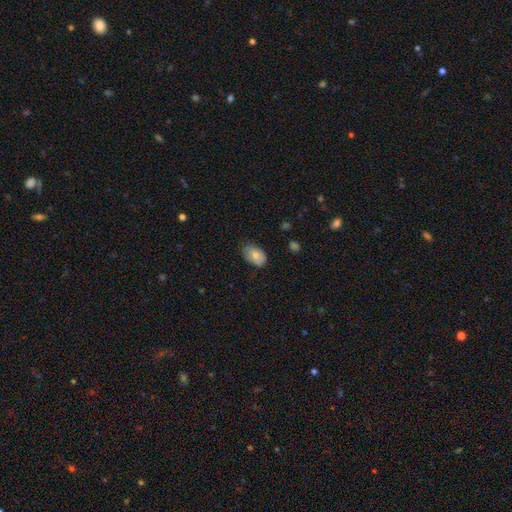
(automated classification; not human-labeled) This is likely a smooth galaxy (77%). How rounded: clearly in between (91%). Merging: likely none (69%).